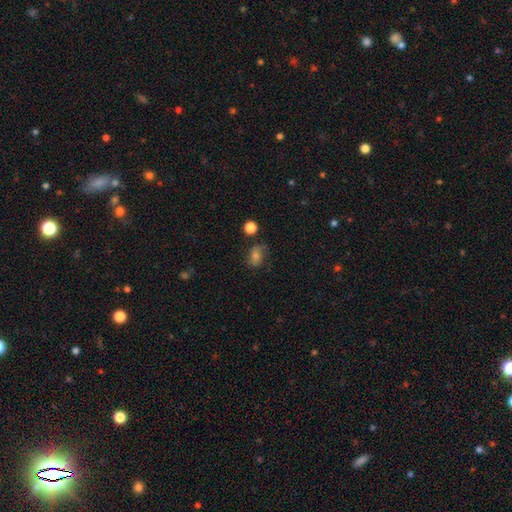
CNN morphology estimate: Smooth or featured?
  - smooth: 56% *
  - featured or disk: 25%
  - star or artifact: 19%
How rounded?
  - in between: 58% *
  - round: 40%
  - cigar-shaped: 2%
Merging?
  - none: 63% *
  - minor disturbance: 23%
  - major disturbance: 10%
  - merger: 3%